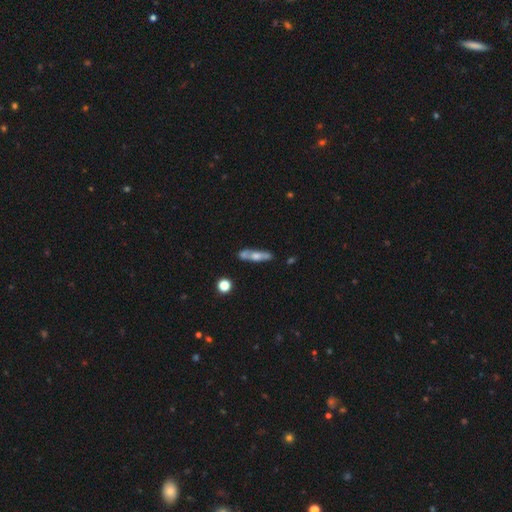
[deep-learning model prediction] This appears to be a smooth galaxy with no disk features (47%). Merging: none (60%).